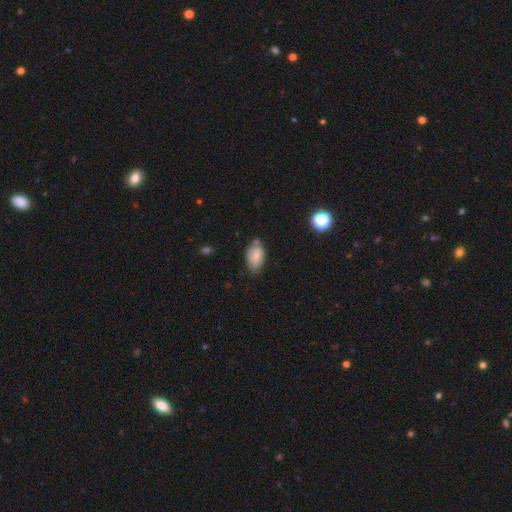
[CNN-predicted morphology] This is likely a smooth galaxy (75%). How rounded: clearly in between (91%). Merging: likely none (61%).